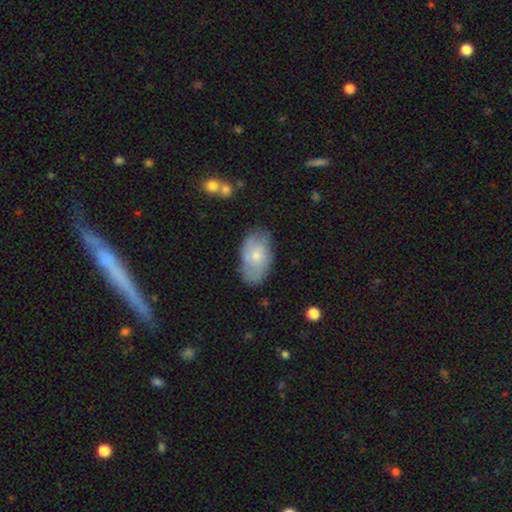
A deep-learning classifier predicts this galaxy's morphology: Smooth or featured?
  - smooth: 50% *
  - featured or disk: 44%
  - star or artifact: 6%
How rounded?
  - in between: 92% *
  - round: 6%
  - cigar-shaped: 2%
Merging?
  - none: 67% *
  - minor disturbance: 24%
  - major disturbance: 7%
  - merger: 2%